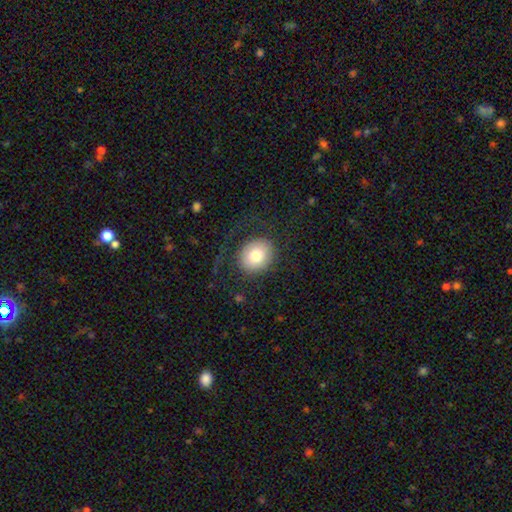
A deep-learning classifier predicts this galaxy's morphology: Overall: smooth (77%). How rounded: round (68%; in between 31%). Merging: none (75%).